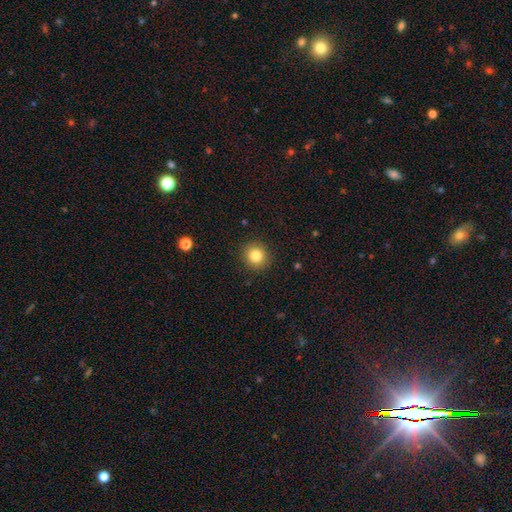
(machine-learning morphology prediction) This is clearly a smooth galaxy (83%). How rounded: clearly round (91%). Merging: clearly none (90%).